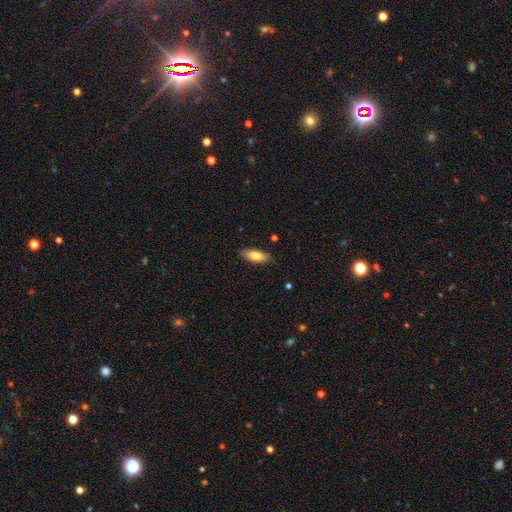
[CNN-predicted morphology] smooth-or-featured: smooth: 79% | featured or disk: 15% | star or artifact: 6%
  how-rounded: in between: 77% | cigar-shaped: 21% | round: 2%
  merging: none: 81% | minor disturbance: 15% | major disturbance: 2% | merger: 1%